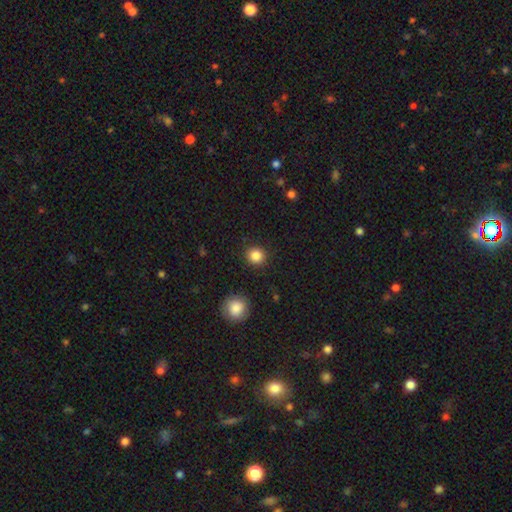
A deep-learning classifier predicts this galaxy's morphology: A smooth galaxy with no disk features (86%) that is round (92%). Merging: none (91%).